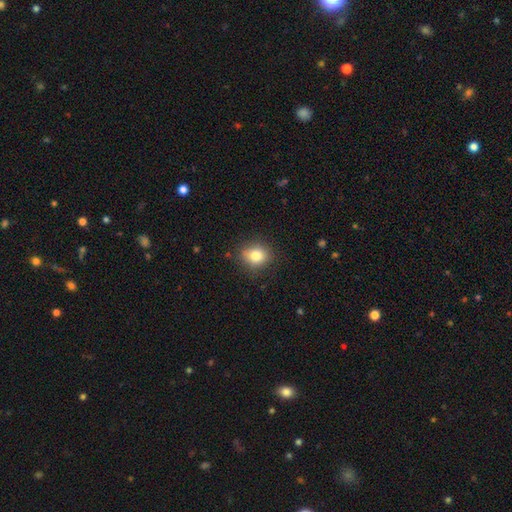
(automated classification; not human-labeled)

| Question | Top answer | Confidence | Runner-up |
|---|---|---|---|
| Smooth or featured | smooth | 80% | star or artifact (11%) |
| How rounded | round | 65% | in between (34%) |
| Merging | none | 81% | minor disturbance (14%) |